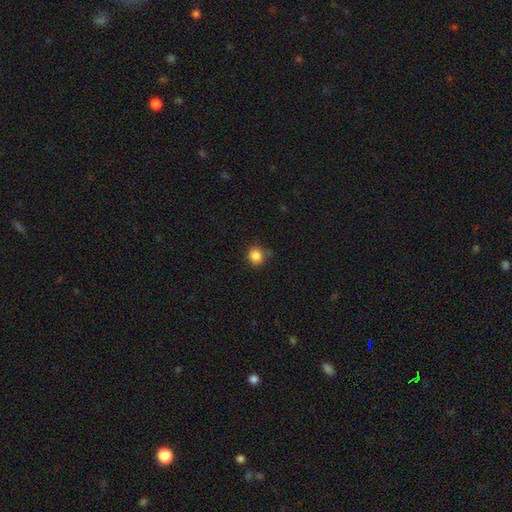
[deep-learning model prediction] Smooth or featured? smooth (85%)
How rounded? round (89%)
Merging? none (78%)